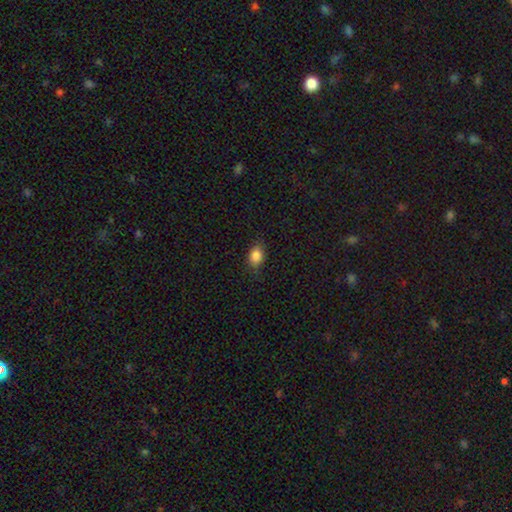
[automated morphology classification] Overall: smooth (86%). How rounded: in between (73%). Merging: none (83%).